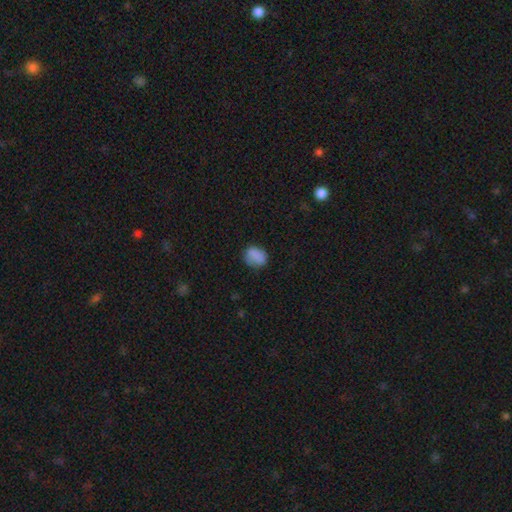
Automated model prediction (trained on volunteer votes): Morphology: type=smooth (84%); roundness=in between (55%); merging=none (74%).